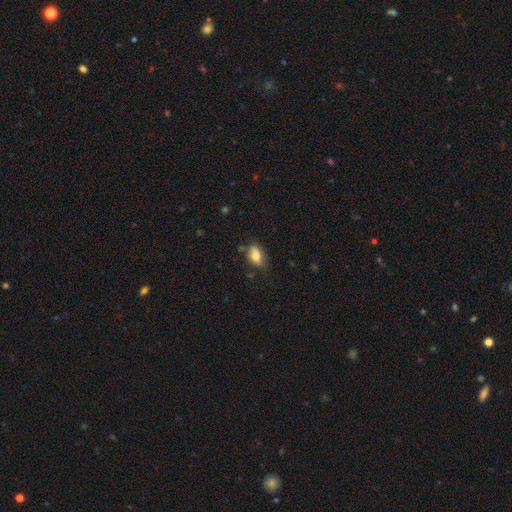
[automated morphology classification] type=smooth (78%); roundness=in between (88%); merging=none (60%).